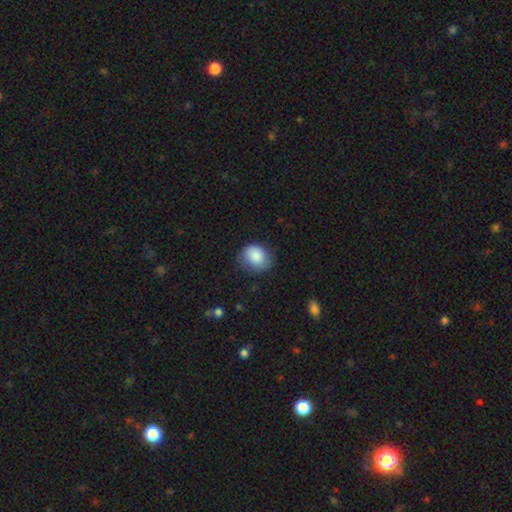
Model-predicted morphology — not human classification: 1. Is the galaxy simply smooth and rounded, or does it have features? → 86% smooth, 7% star or artifact, 7% featured or disk.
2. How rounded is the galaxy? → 58% round, 41% in between, 1% cigar-shaped.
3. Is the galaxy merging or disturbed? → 73% none, 21% minor disturbance, 5% major disturbance, 1% merger.